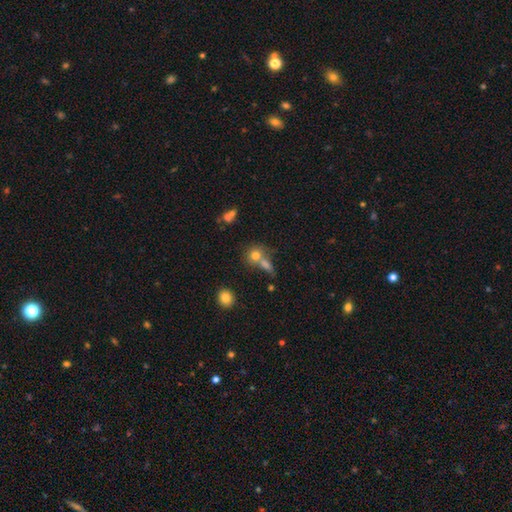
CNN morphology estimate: smooth 75%, star or artifact 13%, featured or disk 12%. Down the decision tree: how rounded — round (77%); merging — merger (45%).